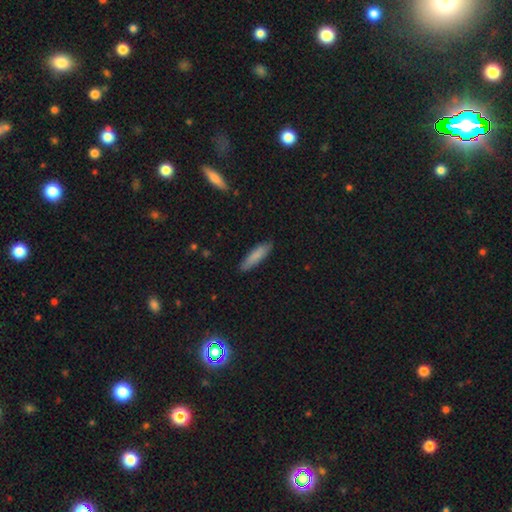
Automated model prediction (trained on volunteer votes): Smooth or featured: smooth — 83% (featured or disk — 12%)
How rounded: cigar-shaped — 74% (in between — 25%)
Merging: none — 86% (minor disturbance — 11%)